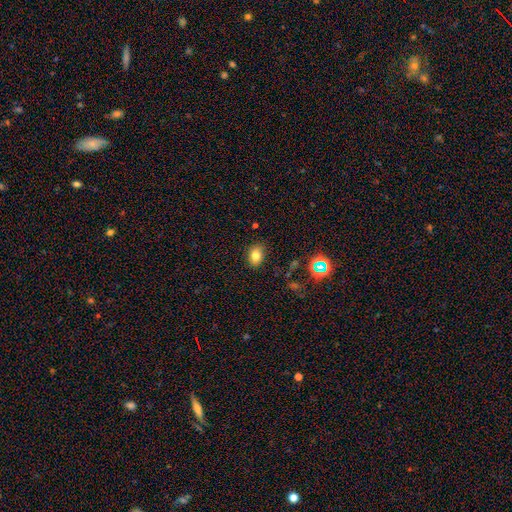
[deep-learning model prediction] This appears to be a smooth galaxy with no disk features (78%) that is in between round and cigar-shaped (70%). Merging: none (84%).